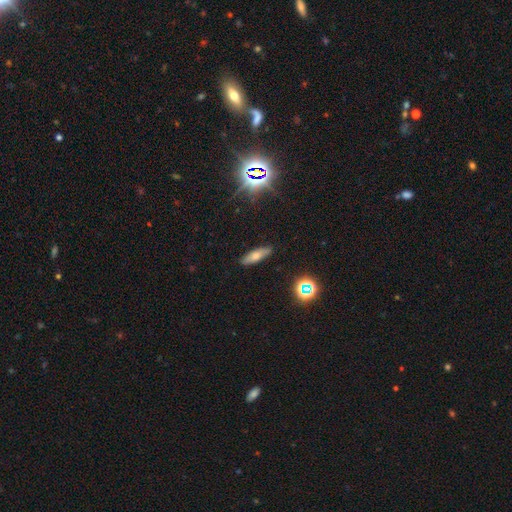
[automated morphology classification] smooth_or_featured: smooth (p=0.64) [alt: featured or disk p=0.23]
how_rounded: cigar-shaped (p=0.51) [alt: in between p=0.46]
merging: none (p=0.88) [alt: minor disturbance p=0.09]